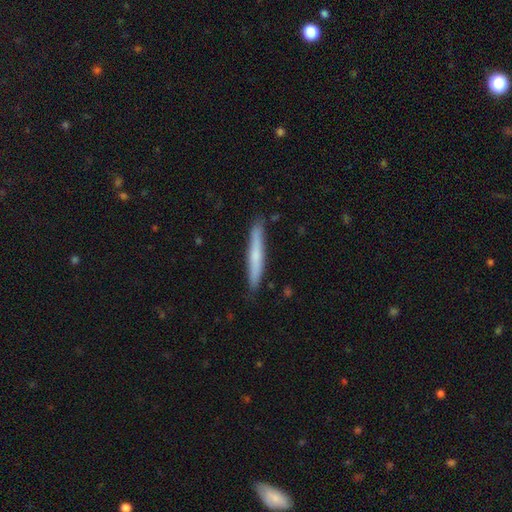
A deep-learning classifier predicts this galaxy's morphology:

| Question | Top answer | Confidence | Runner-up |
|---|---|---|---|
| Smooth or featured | smooth | 59% | featured or disk (36%) |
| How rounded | cigar-shaped | 96% | in between (3%) |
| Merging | none | 88% | minor disturbance (9%) |